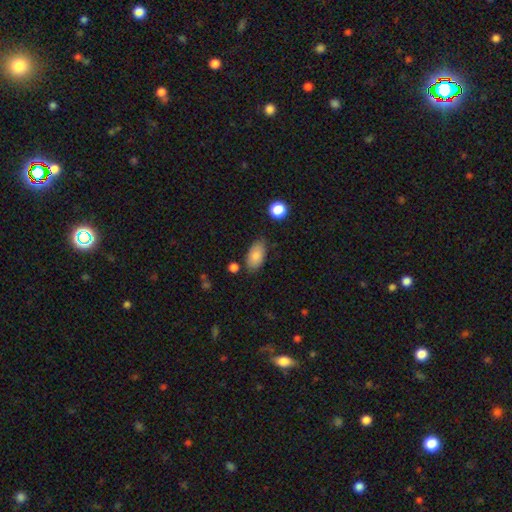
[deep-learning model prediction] This appears to be a smooth galaxy with no disk features (84%) that is in between round and cigar-shaped (93%). Merging: none (76%).